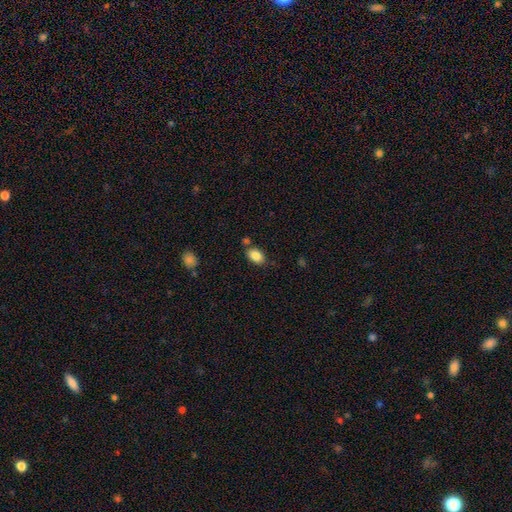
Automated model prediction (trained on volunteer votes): Overall: smooth (86%). How rounded: in between (87%). Merging: none (74%).